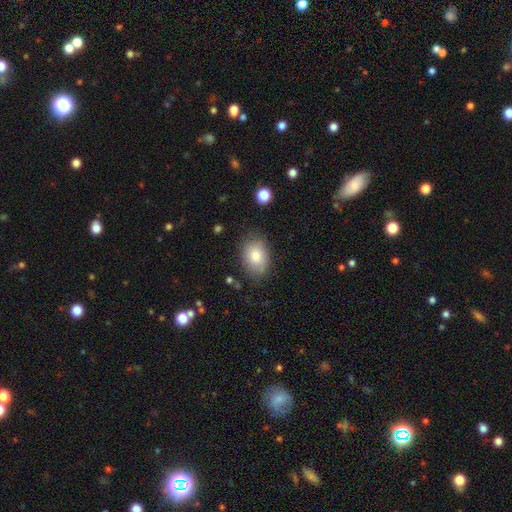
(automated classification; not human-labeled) Smooth or featured? smooth (82%)
How rounded? in between (77%)
Merging? none (77%)